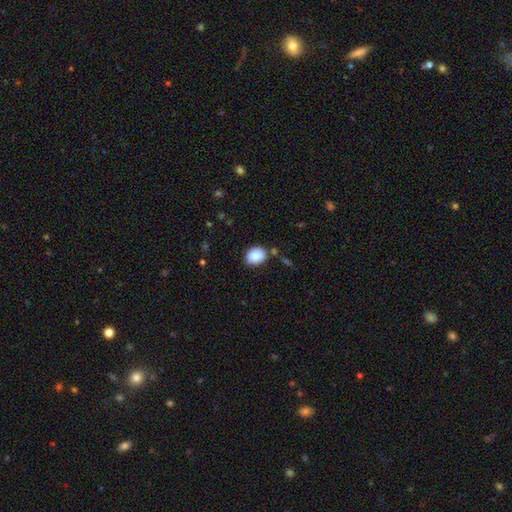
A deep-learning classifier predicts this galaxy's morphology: This is clearly a smooth galaxy (87%). How rounded: possibly round (51%). Merging: likely none (76%).